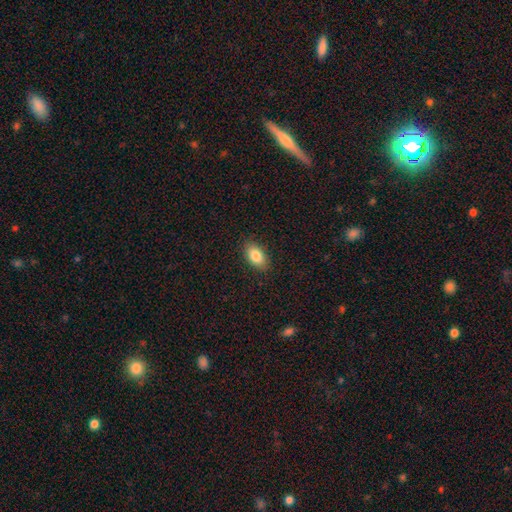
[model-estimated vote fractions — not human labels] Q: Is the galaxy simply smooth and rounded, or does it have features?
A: smooth — 84%.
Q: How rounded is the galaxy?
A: in between — 92%.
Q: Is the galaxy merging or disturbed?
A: none — 88%.